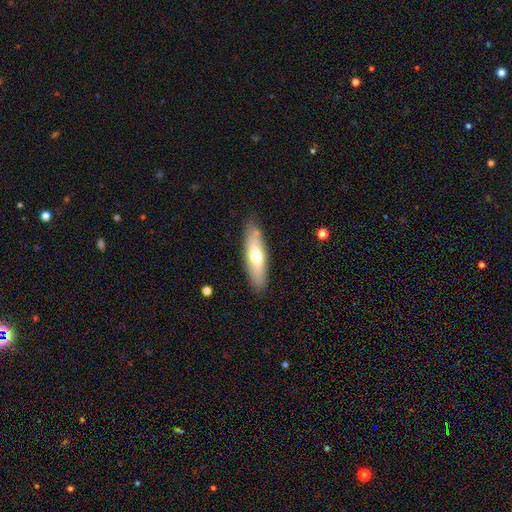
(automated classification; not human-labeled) The model was most divided on "how rounded": cigar-shaped: 59%, in between: 39%, round: 2%. More confident: merging — none (82%); smooth or featured — smooth (57%).